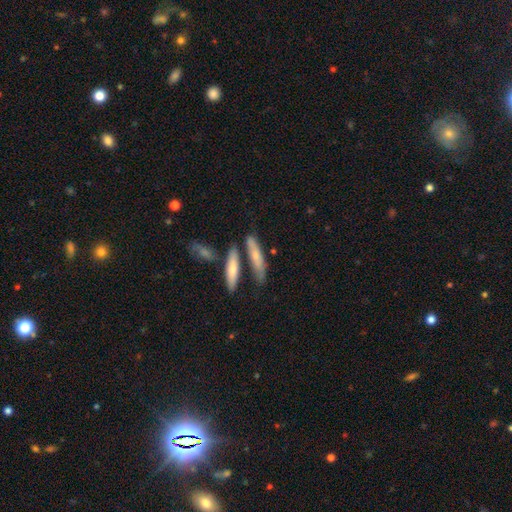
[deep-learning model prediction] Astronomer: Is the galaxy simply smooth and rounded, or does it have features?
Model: smooth — 61%.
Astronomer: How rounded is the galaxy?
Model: cigar-shaped — 77%.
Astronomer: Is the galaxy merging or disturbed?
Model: none — 61%.